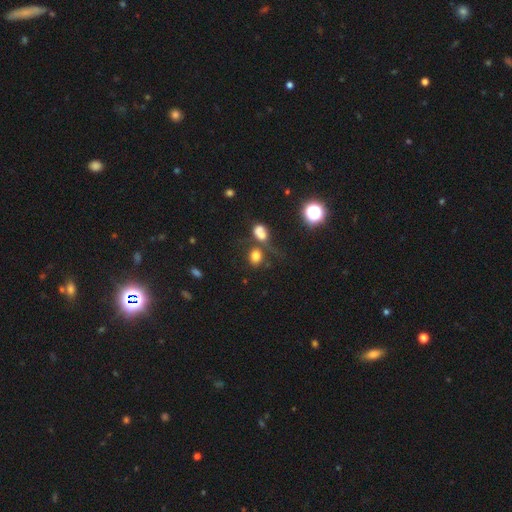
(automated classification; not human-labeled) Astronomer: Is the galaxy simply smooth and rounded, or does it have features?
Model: smooth — 75%.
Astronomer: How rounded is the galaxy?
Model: in between — 54% (runner-up: round, 44%).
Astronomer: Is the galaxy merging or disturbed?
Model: none — 47% (runner-up: merger, 32%).